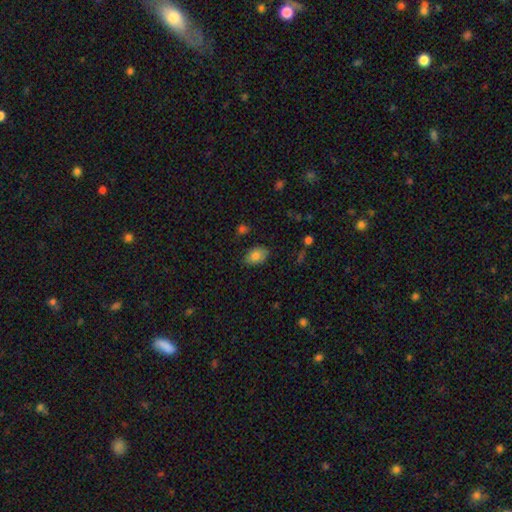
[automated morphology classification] smooth 80%, featured or disk 11%, star or artifact 8%. Down the decision tree: how rounded — in between (87%); merging — none (81%).